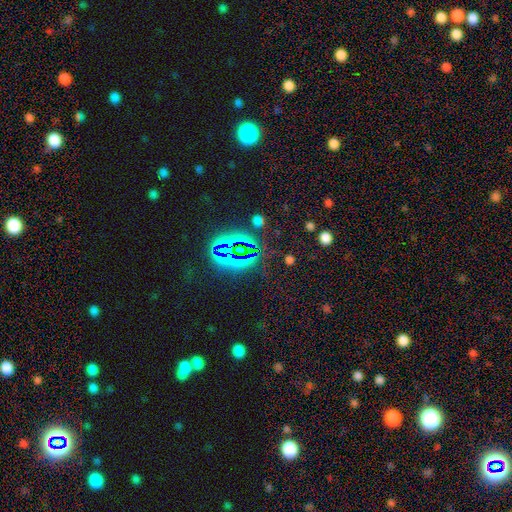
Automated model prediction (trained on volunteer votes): Smooth or featured? star or artifact (75%)